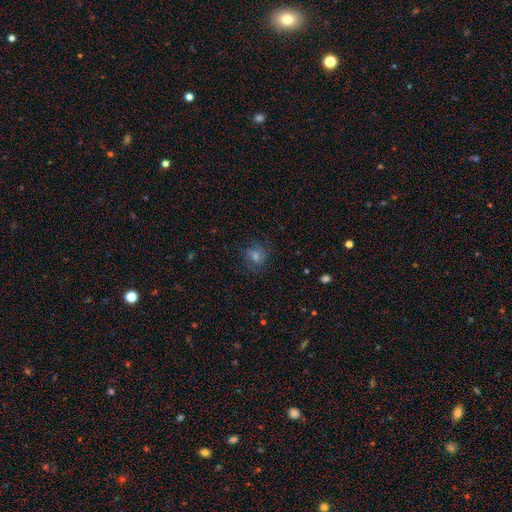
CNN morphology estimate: Q: Smooth or featured?
A: featured or disk (41%); runner-up: smooth (35%)
Q: Merging?
A: none (75%); runner-up: minor disturbance (15%)